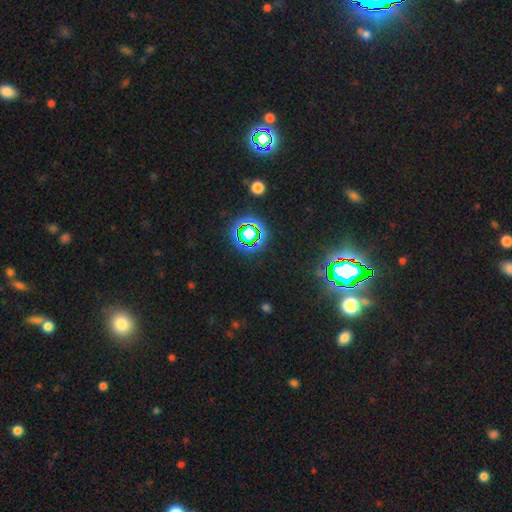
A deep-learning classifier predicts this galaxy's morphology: smooth_or_featured: star or artifact (p=0.76) [alt: smooth p=0.17]